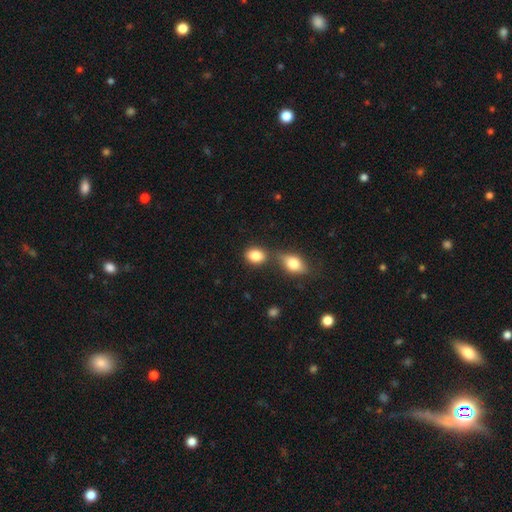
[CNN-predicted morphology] Smooth or featured? smooth (84%)
How rounded? in between (65%)
Merging? none (56%)